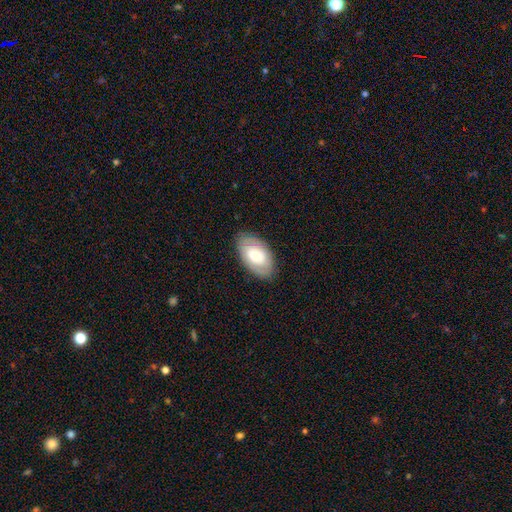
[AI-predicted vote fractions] Smooth or featured?
  - smooth: 60% *
  - featured or disk: 34%
  - star or artifact: 6%
How rounded?
  - in between: 94% *
  - round: 4%
  - cigar-shaped: 1%
Merging?
  - none: 83% *
  - minor disturbance: 12%
  - major disturbance: 3%
  - merger: 1%